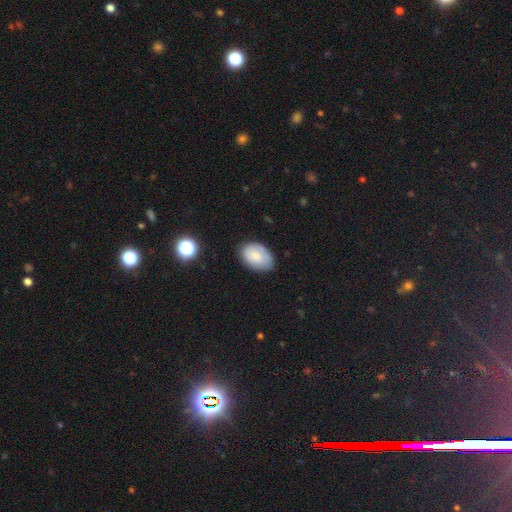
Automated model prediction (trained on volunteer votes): smooth_or_featured: smooth (p=0.78) [alt: featured or disk p=0.15]
how_rounded: in between (p=0.87) [alt: round p=0.12]
merging: none (p=0.75) [alt: minor disturbance p=0.19]